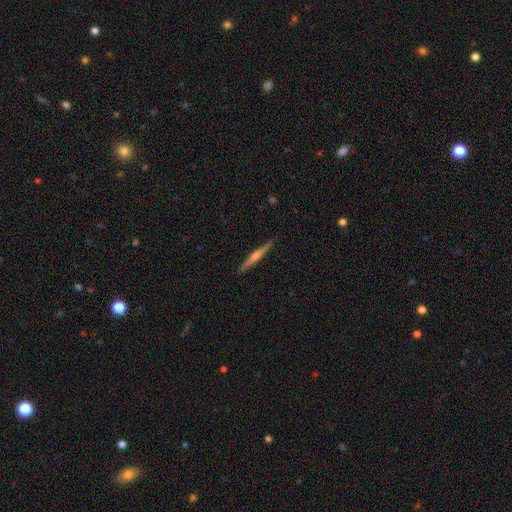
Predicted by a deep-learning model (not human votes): Smooth or featured?
  - featured or disk: 73% *
  - smooth: 21%
  - star or artifact: 6%
Edge-on disk?
  - yes: 98% *
  - no: 2%
Edge-on bulge?
  - rounded: 80% *
  - none: 13%
  - boxy: 7%
Merging?
  - none: 92% *
  - minor disturbance: 6%
  - major disturbance: 1%
  - merger: 1%